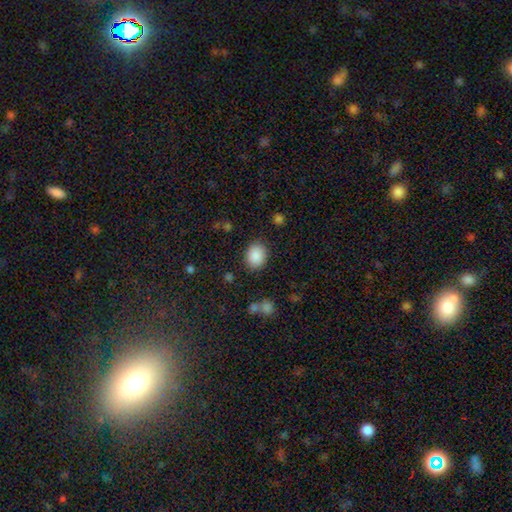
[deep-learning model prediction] smooth_or_featured: smooth (p=0.88) [alt: star or artifact p=0.08]
how_rounded: in between (p=0.52) [alt: round p=0.48]
merging: none (p=0.86) [alt: minor disturbance p=0.10]